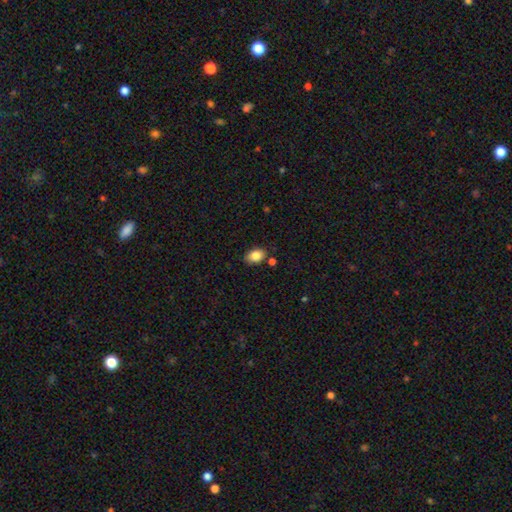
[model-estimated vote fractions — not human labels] Morphology: type=smooth (86%); roundness=in between (82%); merging=none (78%).